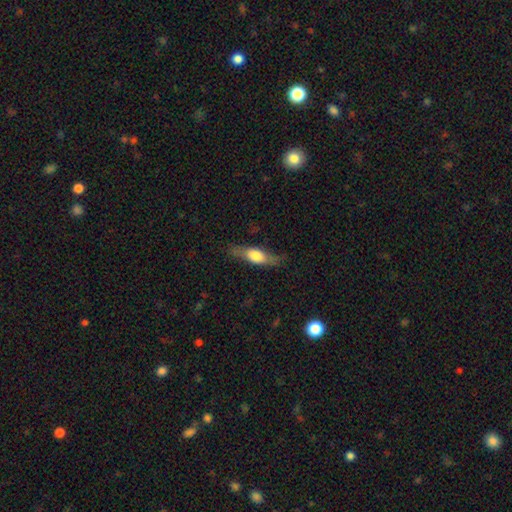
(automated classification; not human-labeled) A smooth galaxy with no disk features (54%) that is cigar-shaped (52%). Merging: none (76%).